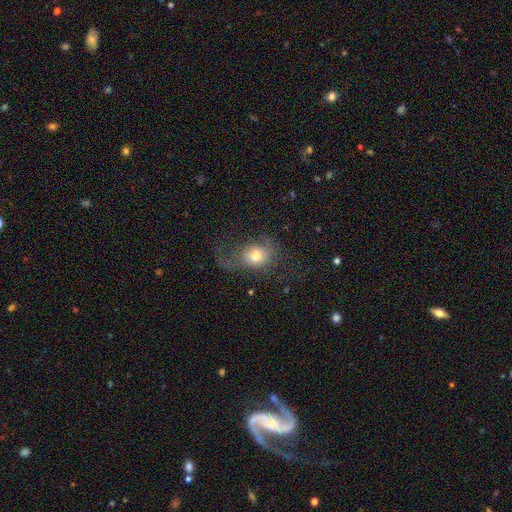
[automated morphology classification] smooth_or_featured: smooth (p=0.62) [alt: featured or disk p=0.28]
how_rounded: in between (p=0.52) [alt: round p=0.46]
merging: major disturbance (p=0.49) [alt: none p=0.29]